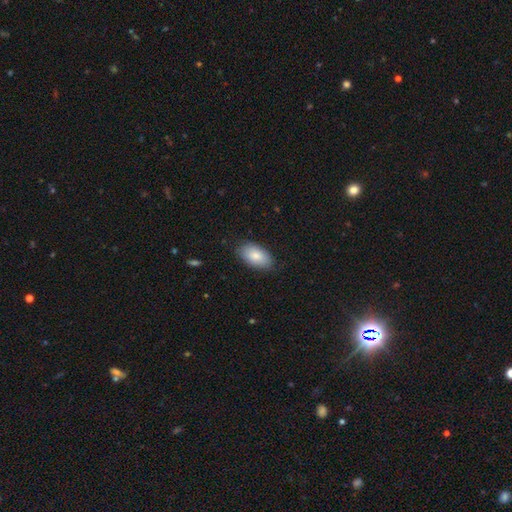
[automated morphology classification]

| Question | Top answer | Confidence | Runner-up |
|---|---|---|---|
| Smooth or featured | smooth | 85% | featured or disk (10%) |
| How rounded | in between | 95% | round (3%) |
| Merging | none | 83% | minor disturbance (13%) |